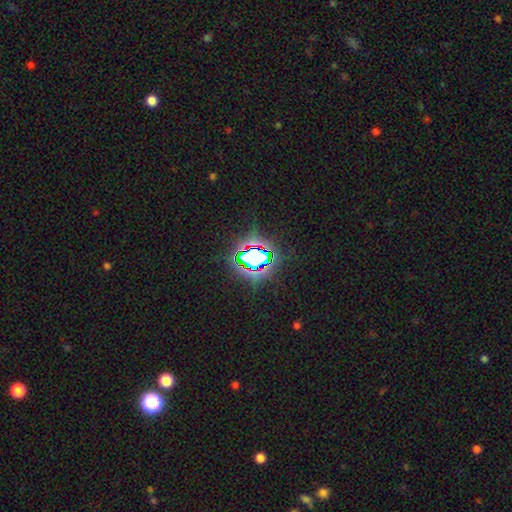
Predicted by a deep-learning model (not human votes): A star or artifact, not a galaxy (71%).